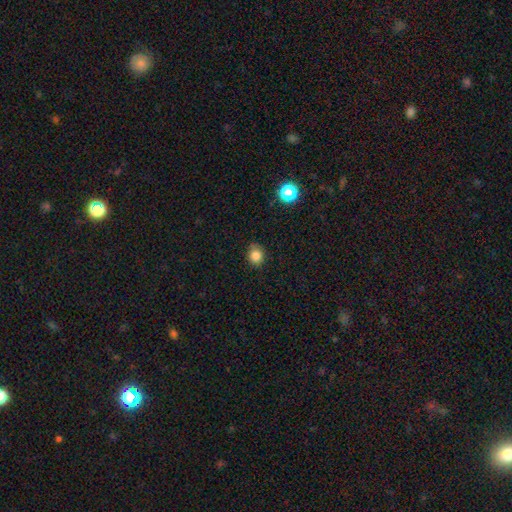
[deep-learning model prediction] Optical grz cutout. It shows a smooth galaxy with no disk features (82%) that is round (71%). Merging: none (82%).